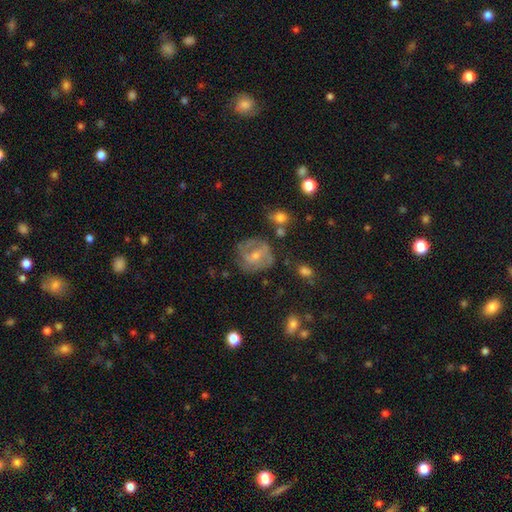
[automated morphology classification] This appears to be a featured or disk galaxy (67%) with a weak bar (47%), 2 (41%) tight (45%) spiral arms (79%) and a small central bulge (53%). Merging: none (65%).